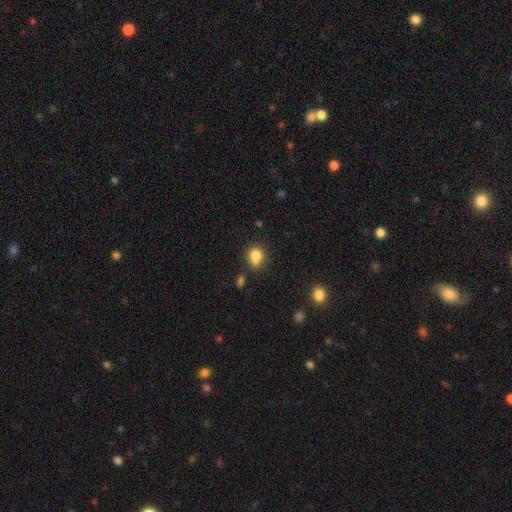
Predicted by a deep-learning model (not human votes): smooth-or-featured: smooth: 83% | star or artifact: 10% | featured or disk: 6%
  how-rounded: round: 52% | in between: 46% | cigar-shaped: 1%
  merging: none: 58% | minor disturbance: 24% | merger: 11% | major disturbance: 6%